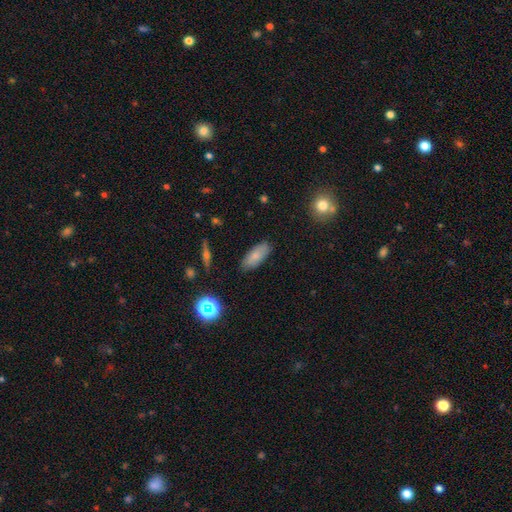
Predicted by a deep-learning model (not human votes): A smooth galaxy with no disk features (79%) that is in between round and cigar-shaped (82%). Merging: none (85%).